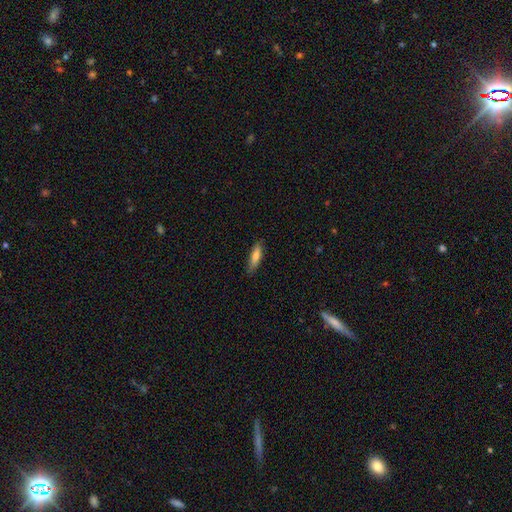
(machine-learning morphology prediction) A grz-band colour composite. It shows a smooth galaxy with no disk features (75%) that is cigar-shaped (64%). Merging: none (83%).